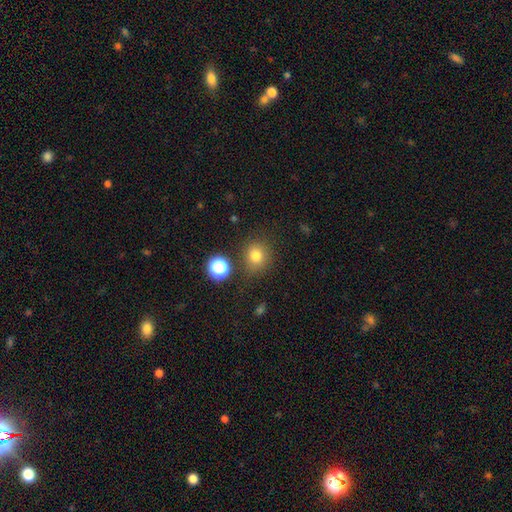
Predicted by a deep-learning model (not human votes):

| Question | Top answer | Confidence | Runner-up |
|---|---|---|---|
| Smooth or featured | smooth | 78% | star or artifact (16%) |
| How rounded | round | 83% | in between (16%) |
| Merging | none | 80% | minor disturbance (11%) |